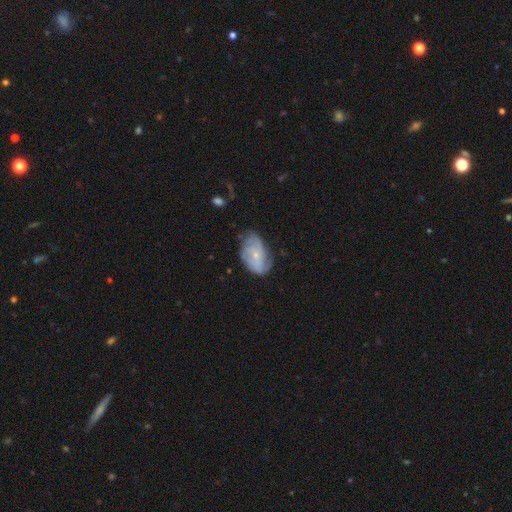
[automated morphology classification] type=featured or disk (72%); edge-on=no (97%); bar=no (73%); spiral arms=yes (89%); winding=tight (47%); arm count=can't tell (34%); bulge=small (74%); merging=none (58%).